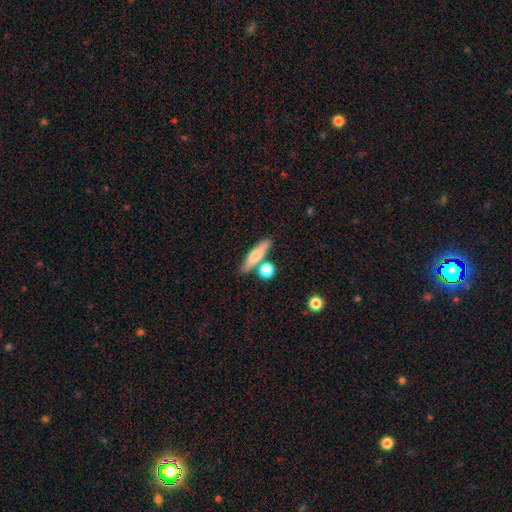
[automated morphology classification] smooth 70%, featured or disk 23%, star or artifact 7%. Down the decision tree: how rounded — cigar-shaped (69%); merging — none (71%).